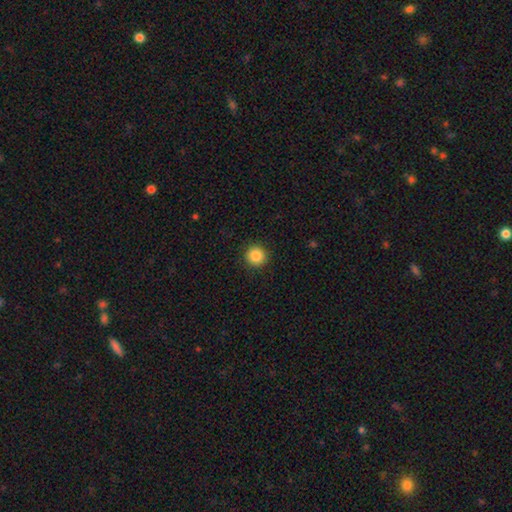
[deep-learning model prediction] smooth-or-featured: smooth: 87% | star or artifact: 9% | featured or disk: 4%
  how-rounded: round: 95% | in between: 4% | cigar-shaped: 1%
  merging: none: 92% | minor disturbance: 5% | major disturbance: 2% | merger: 1%